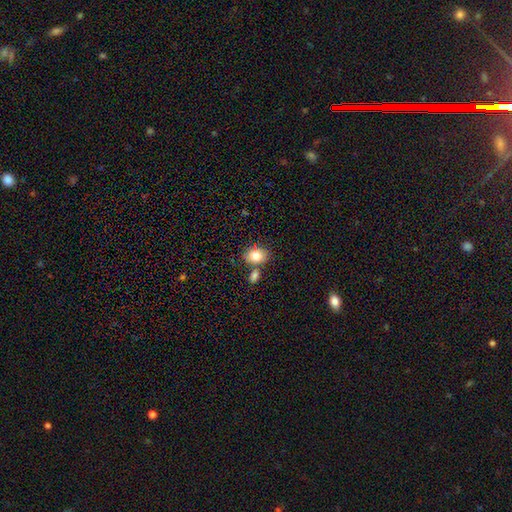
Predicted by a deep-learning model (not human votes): smooth_or_featured: smooth (p=0.80) [alt: featured or disk p=0.10]
how_rounded: in between (p=0.54) [alt: round p=0.45]
merging: none (p=0.64) [alt: merger p=0.20]